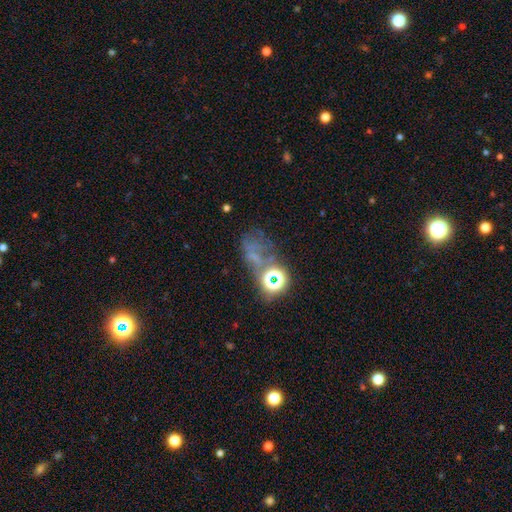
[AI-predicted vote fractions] A star or artifact, not a galaxy (52%).

Vote fractions:
- Smooth or featured? star or artifact: 52% / smooth: 26% / featured or disk: 21%